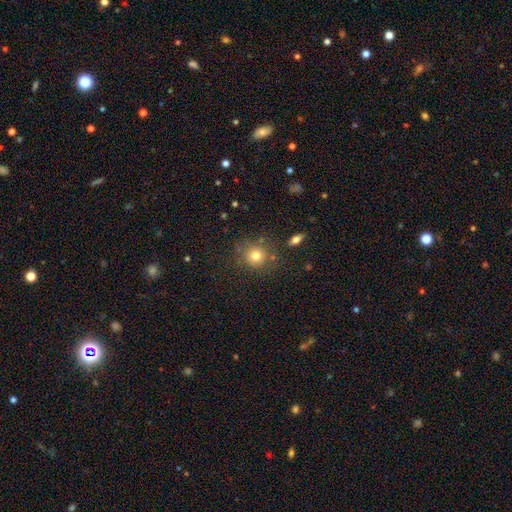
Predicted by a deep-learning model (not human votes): smooth_or_featured: smooth (p=0.78) [alt: star or artifact p=0.13]
how_rounded: round (p=0.88) [alt: in between p=0.11]
merging: none (p=0.77) [alt: minor disturbance p=0.12]